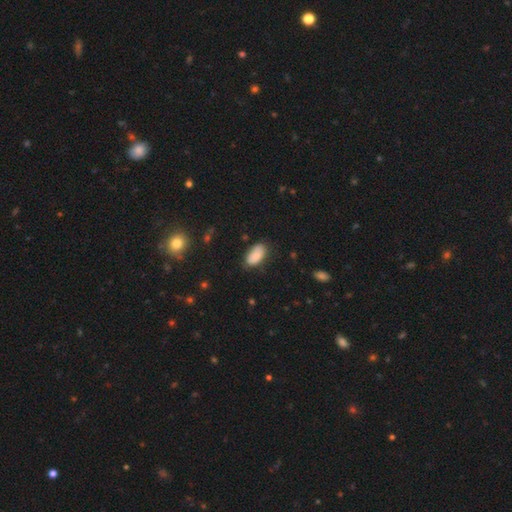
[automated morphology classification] Smooth or featured? smooth (80%)
How rounded? in between (94%)
Merging? none (72%)